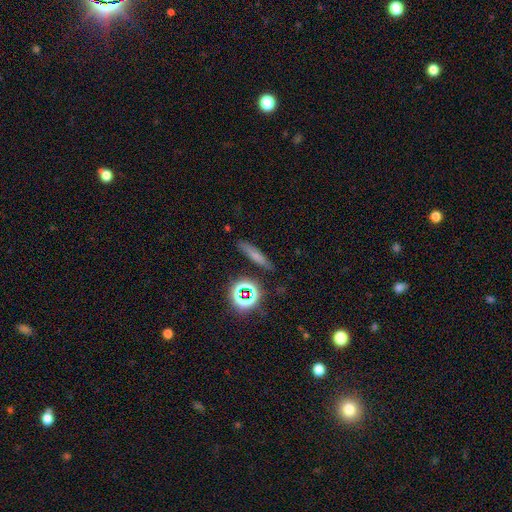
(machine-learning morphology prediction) smooth-or-featured: smooth: 63% | star or artifact: 19% | featured or disk: 18%
  how-rounded: cigar-shaped: 80% | in between: 13% | round: 7%
  merging: none: 83% | minor disturbance: 11% | major disturbance: 3% | merger: 3%